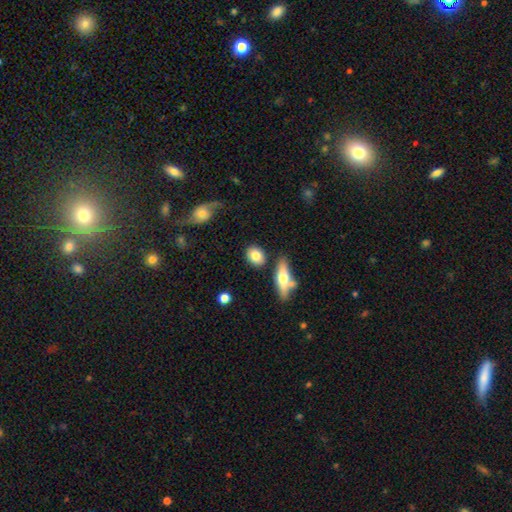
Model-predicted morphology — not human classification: Smooth or featured: smooth — 80% (featured or disk — 12%)
How rounded: in between — 50% (round — 46%)
Merging: none — 80% (minor disturbance — 10%)